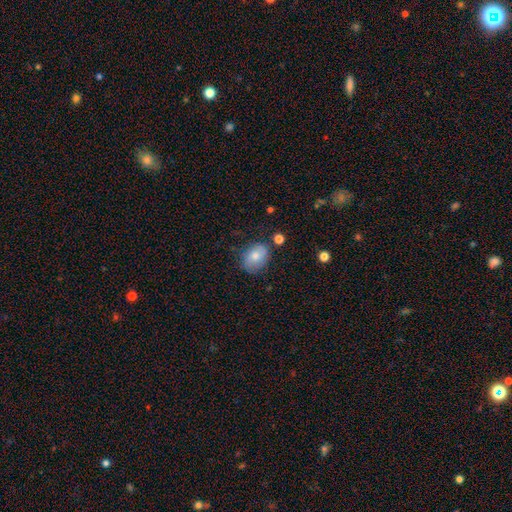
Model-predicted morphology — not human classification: smooth_or_featured: smooth (p=0.75) [alt: featured or disk p=0.17]
how_rounded: in between (p=0.61) [alt: round p=0.38]
merging: none (p=0.70) [alt: minor disturbance p=0.21]